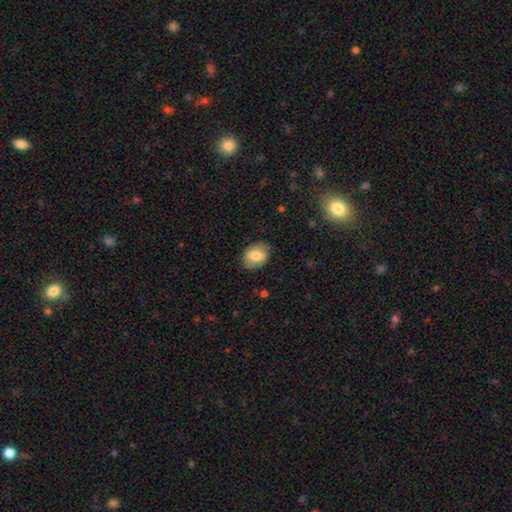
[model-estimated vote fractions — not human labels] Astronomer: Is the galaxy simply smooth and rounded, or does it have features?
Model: smooth — 74%.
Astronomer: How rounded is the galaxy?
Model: in between — 69%.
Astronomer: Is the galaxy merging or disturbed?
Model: none — 84%.